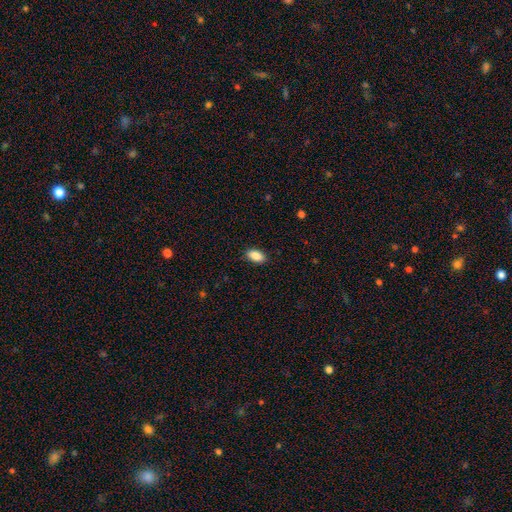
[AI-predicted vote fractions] smooth-or-featured: smooth: 88% | star or artifact: 7% | featured or disk: 4%
  how-rounded: in between: 92% | round: 5% | cigar-shaped: 3%
  merging: none: 89% | minor disturbance: 8% | major disturbance: 2% | merger: 1%